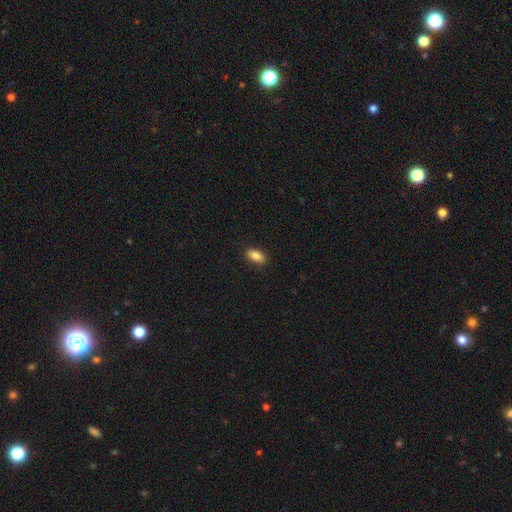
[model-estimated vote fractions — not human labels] The model was most divided on "merging": none: 88%, minor disturbance: 9%, major disturbance: 2%, merger: 1%. More confident: how rounded — in between (88%); smooth or featured — smooth (88%).